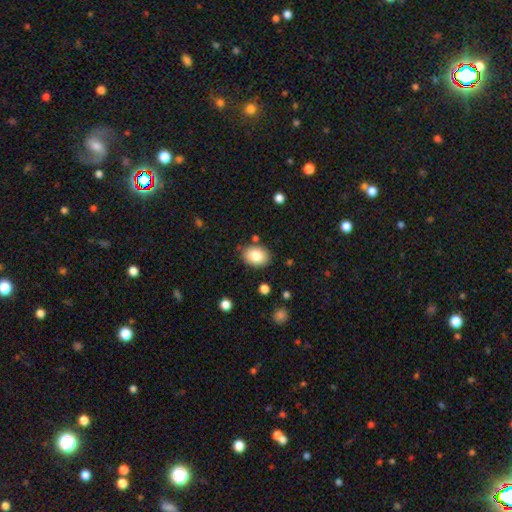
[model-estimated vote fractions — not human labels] Morphology: type=smooth (84%); roundness=in between (69%); merging=none (84%).